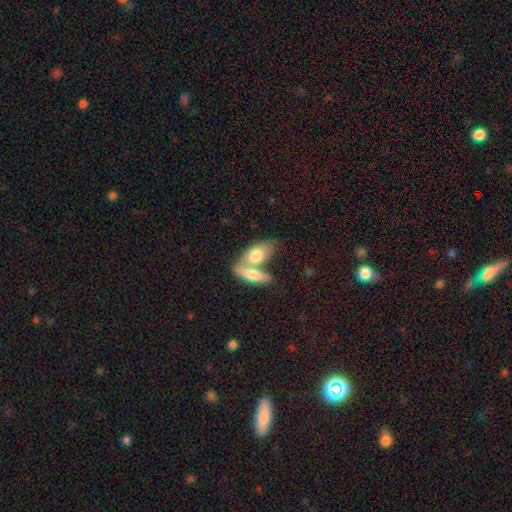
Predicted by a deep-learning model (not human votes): Morphology: type=smooth (68%); roundness=in between (84%); merging=merger (58%).